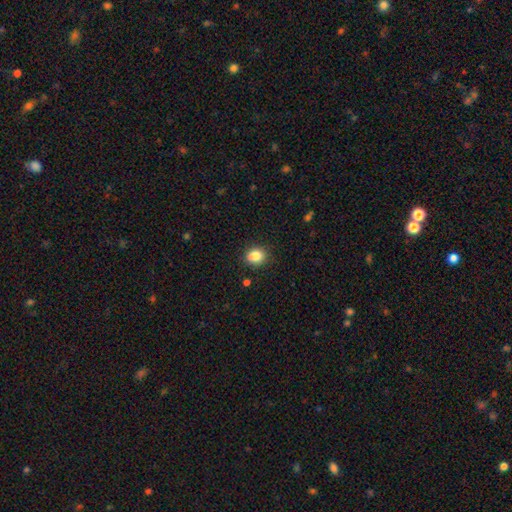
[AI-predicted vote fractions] A smooth galaxy with no disk features (86%) that is round (57%).

Vote fractions:
- Smooth or featured? smooth: 86% / star or artifact: 10% / featured or disk: 5%
- How rounded? round: 57% / in between: 42% / cigar-shaped: 1%
- Merging? none: 85% / minor disturbance: 11% / major disturbance: 3% / merger: 2%